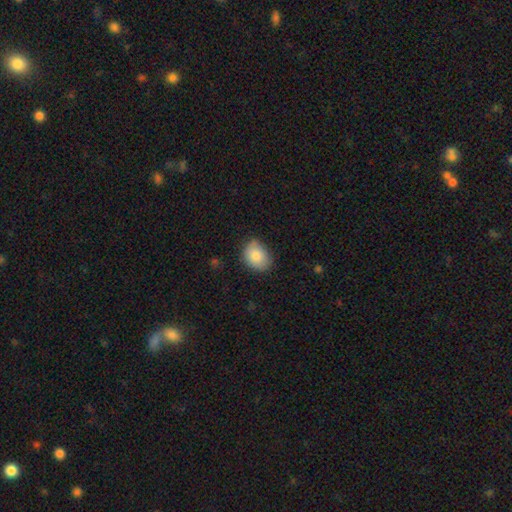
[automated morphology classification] Smooth or featured? Predicted: smooth (p=0.85). How rounded? Predicted: in between (p=0.65). Merging? Predicted: none (p=0.69).